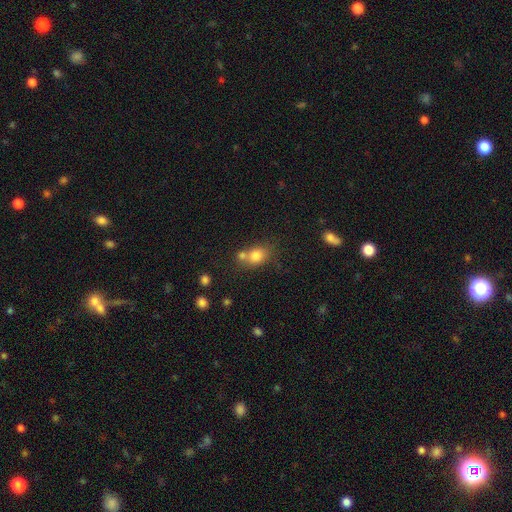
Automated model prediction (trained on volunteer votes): Smooth or featured?
  - smooth: 79% *
  - star or artifact: 11%
  - featured or disk: 10%
How rounded?
  - in between: 54% *
  - round: 45%
  - cigar-shaped: 2%
Merging?
  - none: 47% *
  - merger: 35%
  - minor disturbance: 13%
  - major disturbance: 5%